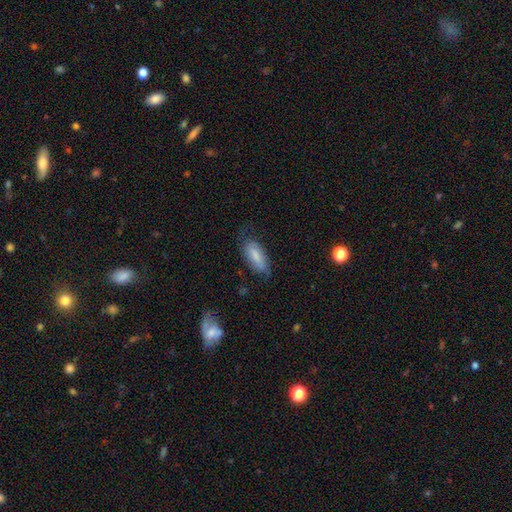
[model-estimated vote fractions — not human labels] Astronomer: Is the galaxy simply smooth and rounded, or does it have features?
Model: smooth — 68%.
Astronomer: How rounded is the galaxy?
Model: in between — 81%.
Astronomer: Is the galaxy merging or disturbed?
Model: none — 60%.